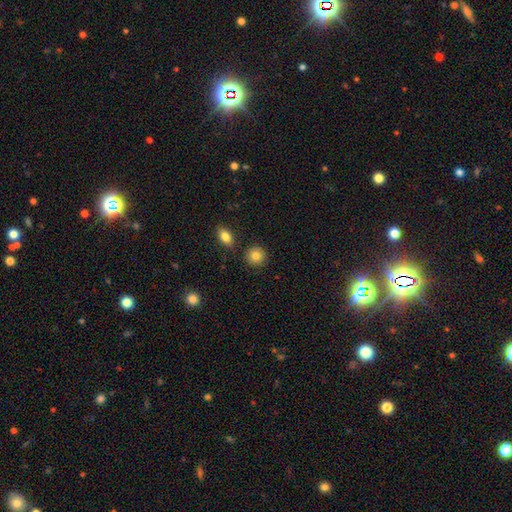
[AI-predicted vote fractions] A smooth galaxy with no disk features (84%) that is round (89%). Merging: none (87%).